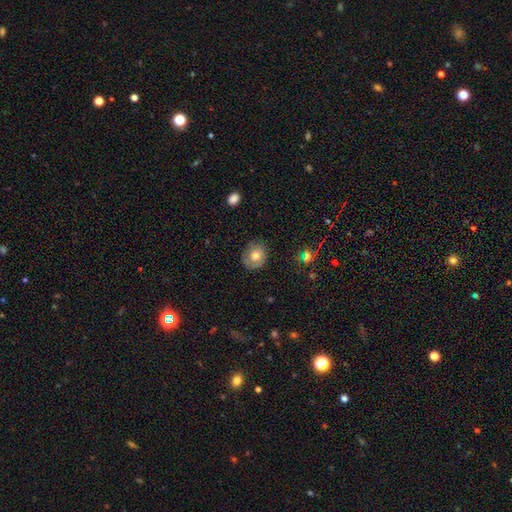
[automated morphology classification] A smooth galaxy with no disk features (66%) that is round (76%). Merging: none (76%).